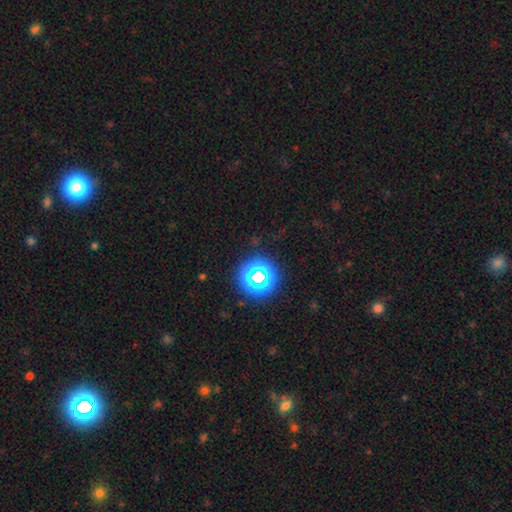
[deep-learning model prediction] Smooth or featured?
  - star or artifact: 49% *
  - smooth: 46%
  - featured or disk: 5%